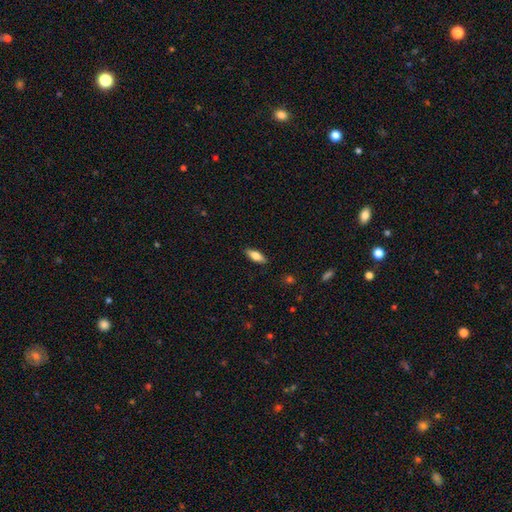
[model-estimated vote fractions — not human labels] smooth_or_featured: smooth (p=0.72) [alt: featured or disk p=0.22]
how_rounded: in between (p=0.68) [alt: cigar-shaped p=0.30]
merging: none (p=0.88) [alt: minor disturbance p=0.09]